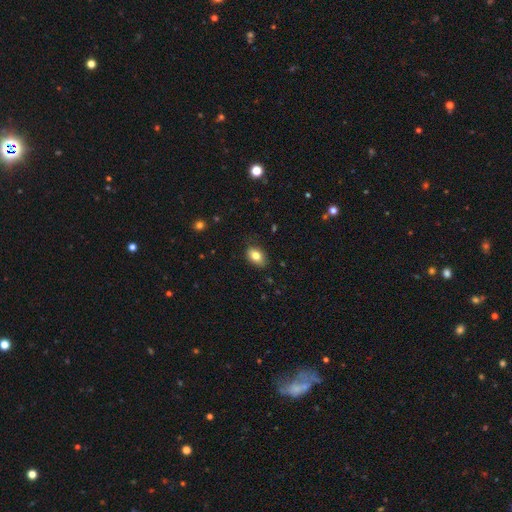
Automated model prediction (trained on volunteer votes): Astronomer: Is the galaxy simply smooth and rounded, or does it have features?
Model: smooth — 81%.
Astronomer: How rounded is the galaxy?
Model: in between — 86%.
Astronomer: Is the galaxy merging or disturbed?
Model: none — 80%.